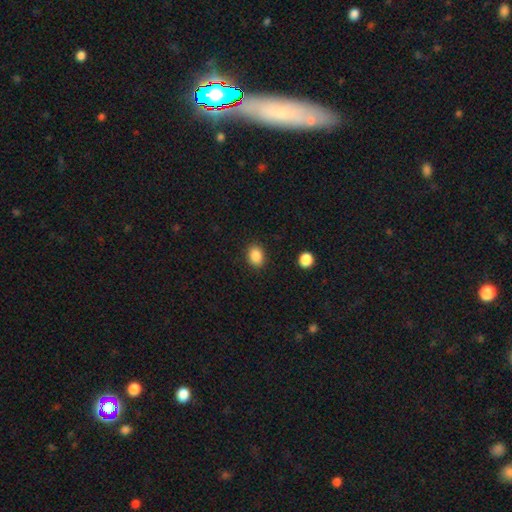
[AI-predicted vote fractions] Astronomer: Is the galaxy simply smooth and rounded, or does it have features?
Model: smooth — 87%.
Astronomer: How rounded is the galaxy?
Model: in between — 61% (runner-up: round, 38%).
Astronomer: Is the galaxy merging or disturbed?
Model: none — 87%.